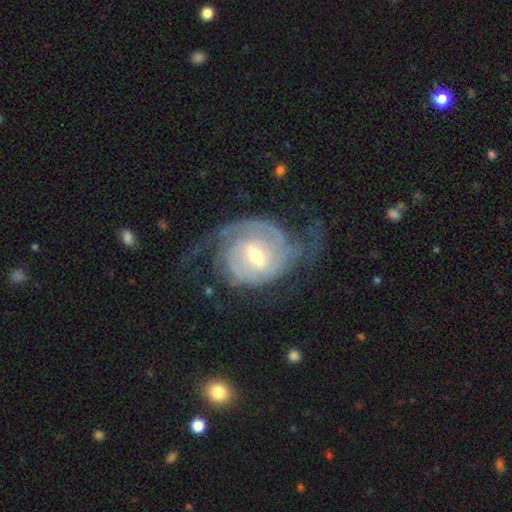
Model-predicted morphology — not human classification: This appears to be a featured or disk galaxy (85%) with a weak bar (54%), 2 (53%) tight (48%) spiral arms (94%) and a moderate central bulge (62%). Merging: none (56%).